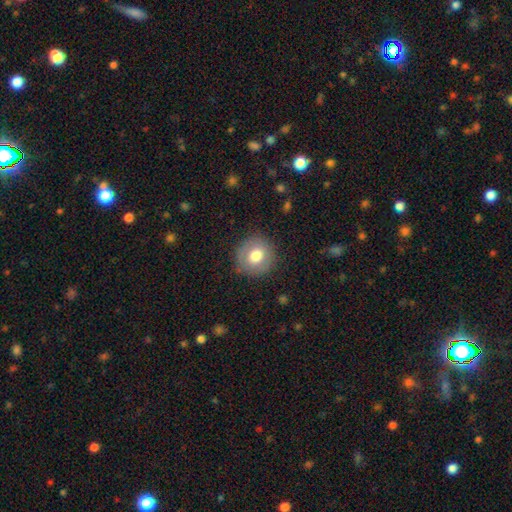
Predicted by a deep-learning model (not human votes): Smooth or featured? Predicted: smooth (p=0.74). How rounded? Predicted: round (p=0.90). Merging? Predicted: none (p=0.86).